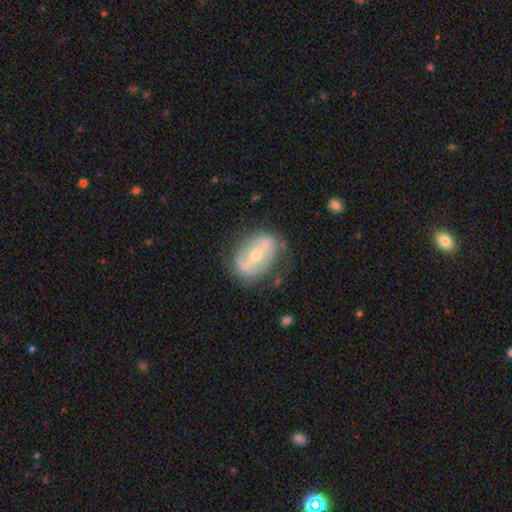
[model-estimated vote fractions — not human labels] smooth-or-featured: featured or disk: 68% | smooth: 26% | star or artifact: 7%
  disk-edge-on: no: 90% | yes: 10%
    bar: strong: 56% | weak: 26% | no: 18%
    has-spiral-arms: no: 51% | yes: 49%
    bulge-size: moderate: 52% | small: 44% | large: 2% | none: 1% | dominant: 1%
  merging: none: 70% | minor disturbance: 20% | major disturbance: 8% | merger: 2%